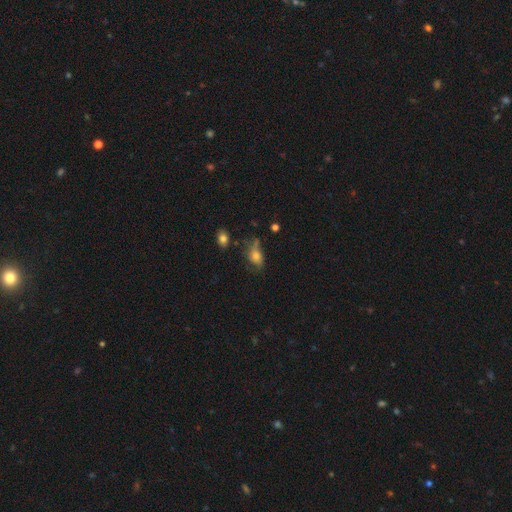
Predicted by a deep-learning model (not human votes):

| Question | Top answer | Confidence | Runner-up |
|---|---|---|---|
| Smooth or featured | smooth | 61% | featured or disk (25%) |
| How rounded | in between | 78% | round (18%) |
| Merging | none | 40% | minor disturbance (30%) |